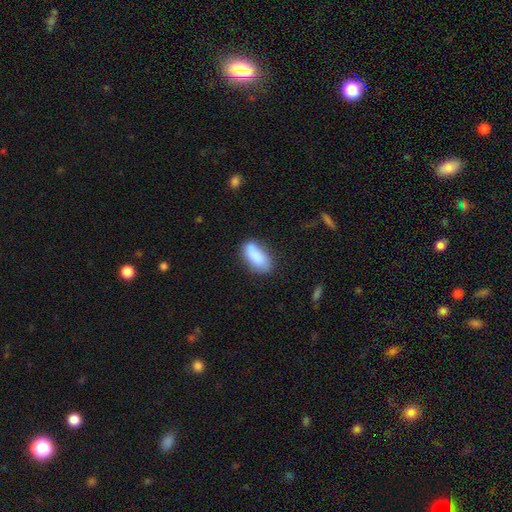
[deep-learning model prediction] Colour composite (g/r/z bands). It shows a smooth galaxy with no disk features (85%) that is in between round and cigar-shaped (83%). Merging: none (67%).